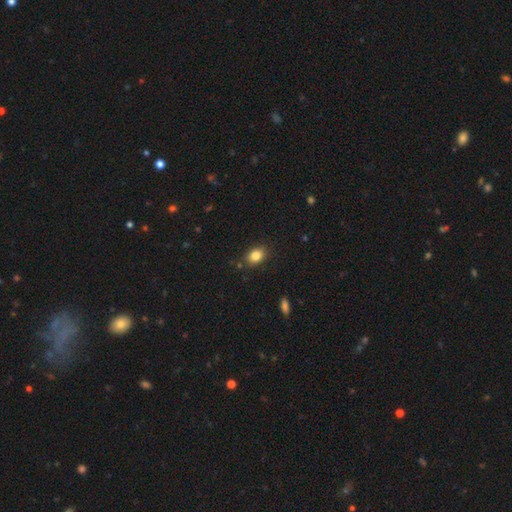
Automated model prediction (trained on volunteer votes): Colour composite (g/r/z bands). It shows a smooth galaxy with no disk features (84%) that is in between round and cigar-shaped (71%). Merging: none (85%).